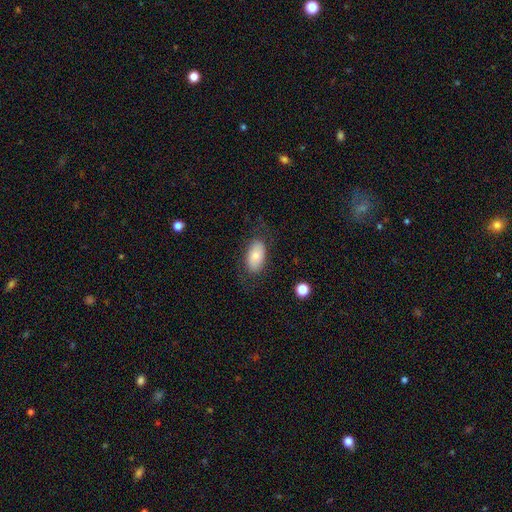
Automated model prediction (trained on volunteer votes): This is likely a smooth galaxy (78%). How rounded: clearly in between (94%). Merging: likely none (77%).